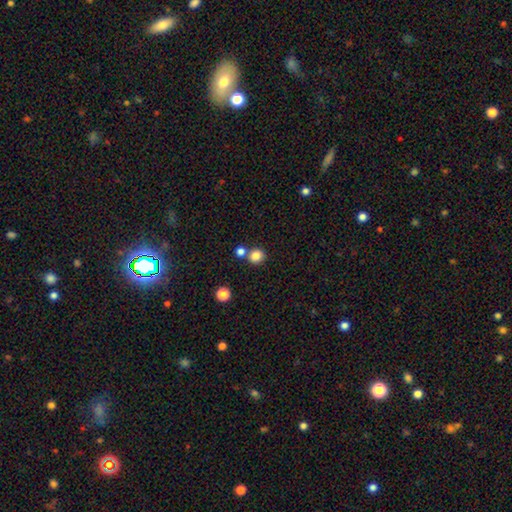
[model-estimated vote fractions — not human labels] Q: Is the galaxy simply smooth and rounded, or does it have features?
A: smooth — 83%.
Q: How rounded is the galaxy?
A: round — 88%.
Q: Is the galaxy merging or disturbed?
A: none — 69%.